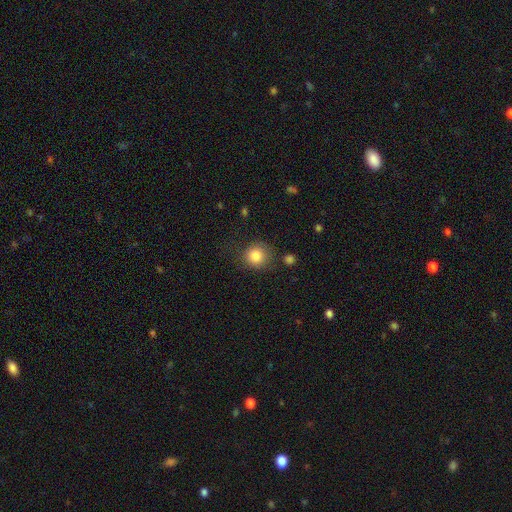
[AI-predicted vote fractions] A smooth galaxy with no disk features (84%) that is round (88%). Merging: none (75%).